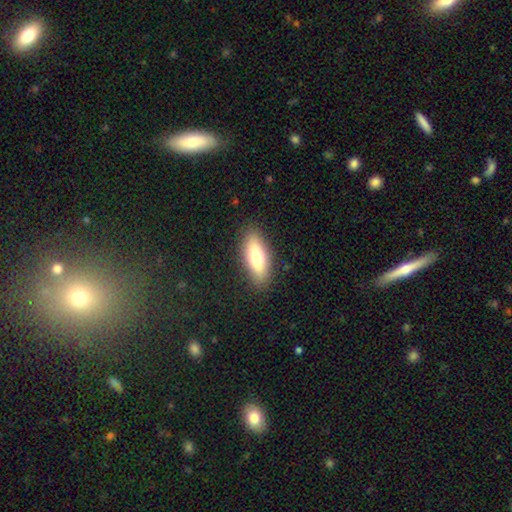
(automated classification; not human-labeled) Smooth or featured: smooth — 71% (featured or disk — 22%)
How rounded: in between — 73% (cigar-shaped — 24%)
Merging: none — 87% (minor disturbance — 9%)